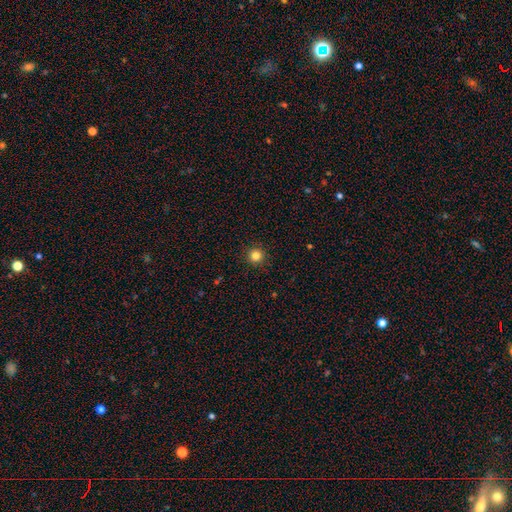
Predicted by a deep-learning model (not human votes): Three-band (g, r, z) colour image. It shows a smooth galaxy with no disk features (83%) that is round (96%). Merging: none (92%).